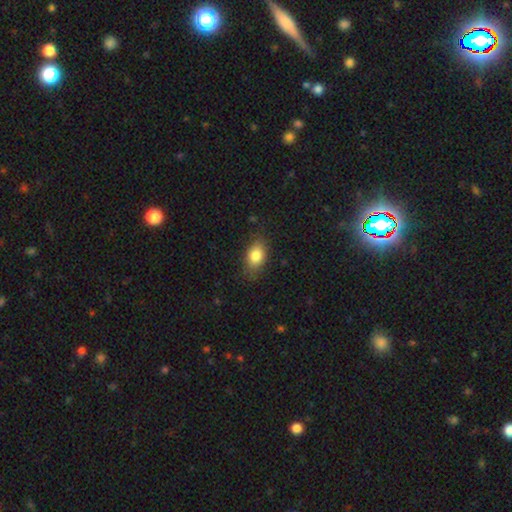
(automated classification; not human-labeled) smooth 82%, featured or disk 9%, star or artifact 8%. Down the decision tree: how rounded — in between (84%); merging — none (79%).